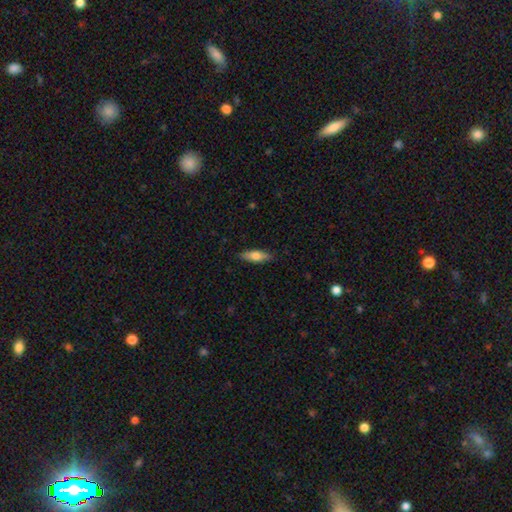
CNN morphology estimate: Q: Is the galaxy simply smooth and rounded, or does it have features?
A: smooth — 68%.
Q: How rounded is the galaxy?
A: in between — 55%.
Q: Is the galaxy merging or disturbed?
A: none — 87%.